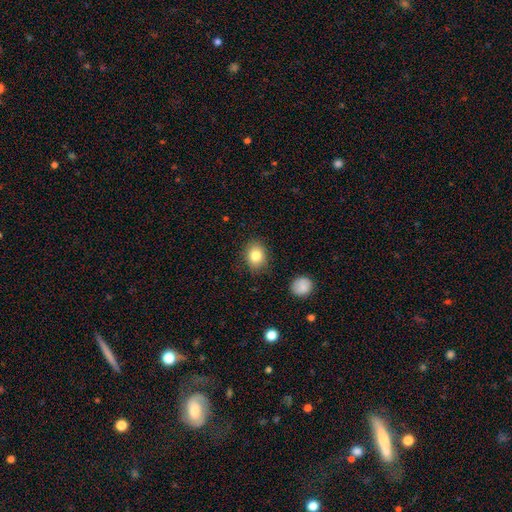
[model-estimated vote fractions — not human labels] Smooth or featured: smooth — 82% (star or artifact — 10%)
How rounded: in between — 51% (round — 48%)
Merging: none — 84% (minor disturbance — 11%)